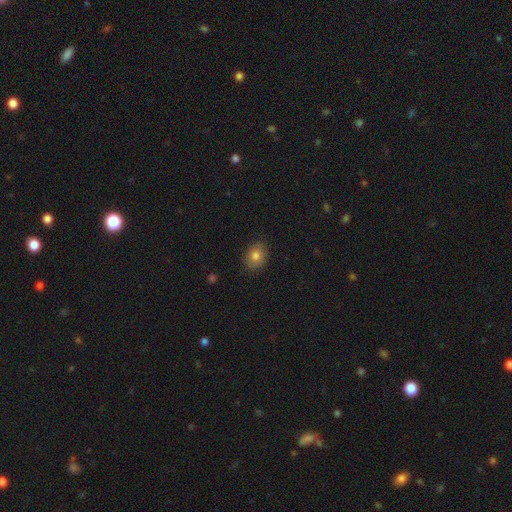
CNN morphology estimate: This appears to be a smooth galaxy with no disk features (79%) that is in between round and cigar-shaped (52%). Merging: none (85%).